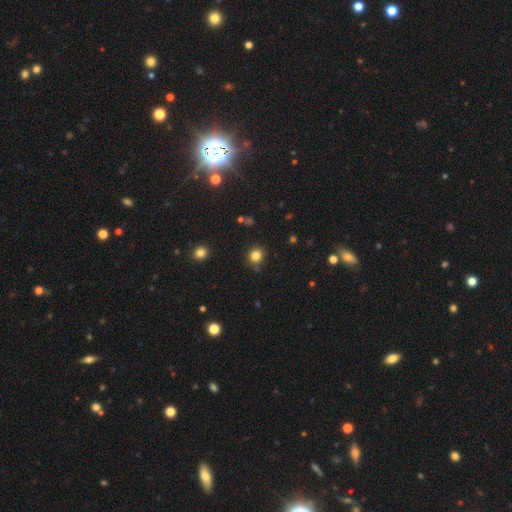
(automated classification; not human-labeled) Morphology: type=smooth (82%); roundness=round (86%); merging=none (86%).